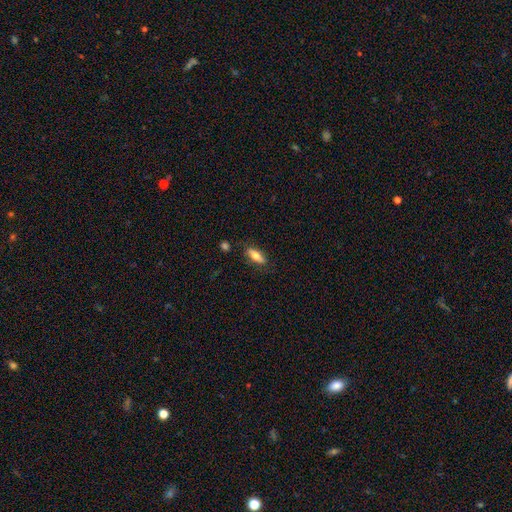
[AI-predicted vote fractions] Q: Smooth or featured?
A: smooth (66%); runner-up: featured or disk (27%)
Q: How rounded?
A: in between (64%); runner-up: cigar-shaped (33%)
Q: Merging?
A: none (79%); runner-up: minor disturbance (15%)